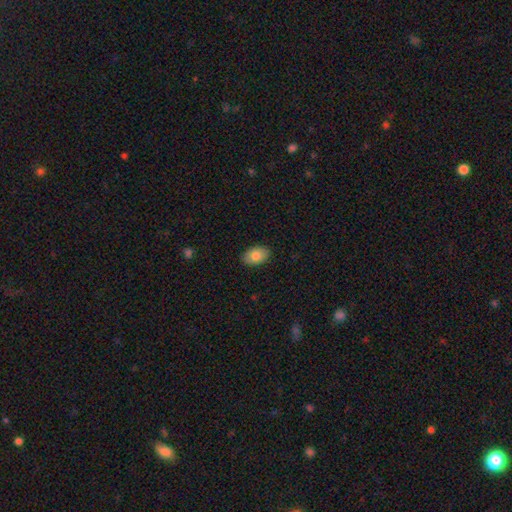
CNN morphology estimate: Smooth or featured? Predicted: smooth (p=0.82). How rounded? Predicted: in between (p=0.89). Merging? Predicted: none (p=0.88).